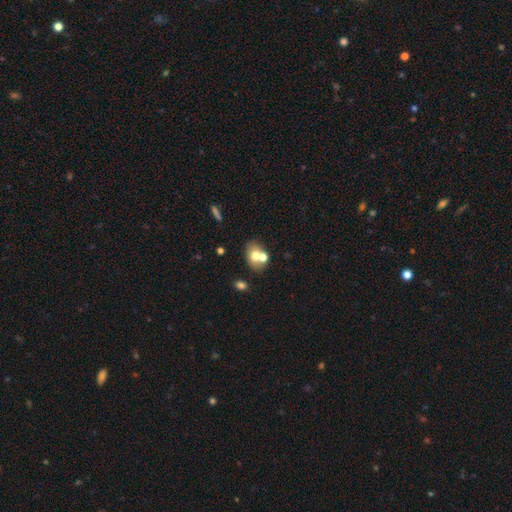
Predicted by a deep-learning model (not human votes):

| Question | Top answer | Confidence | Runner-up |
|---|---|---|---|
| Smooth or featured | smooth | 65% | featured or disk (25%) |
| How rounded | in between | 66% | round (33%) |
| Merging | none | 49% | merger (37%) |